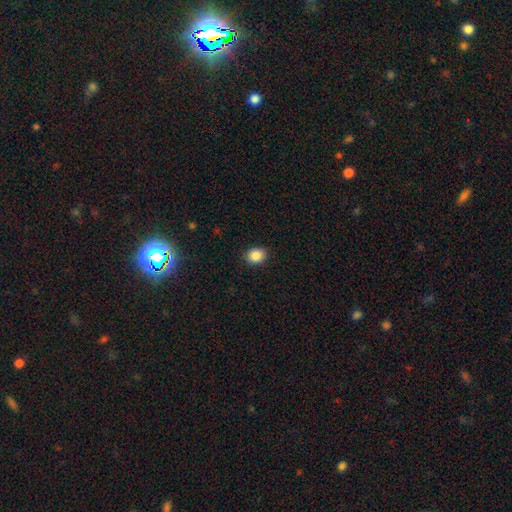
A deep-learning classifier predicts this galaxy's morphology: Q: Smooth or featured?
A: smooth (87%); runner-up: star or artifact (9%)
Q: How rounded?
A: round (56%); runner-up: in between (44%)
Q: Merging?
A: none (89%); runner-up: minor disturbance (8%)